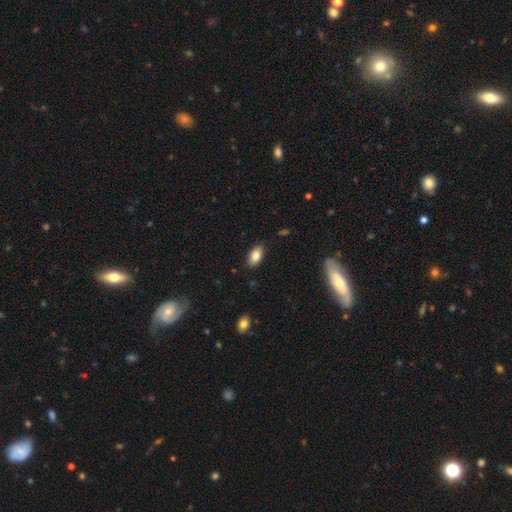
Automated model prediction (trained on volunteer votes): smooth-or-featured: smooth: 86% | star or artifact: 8% | featured or disk: 7%
  how-rounded: in between: 92% | round: 6% | cigar-shaped: 3%
  merging: none: 86% | minor disturbance: 11% | major disturbance: 2% | merger: 1%